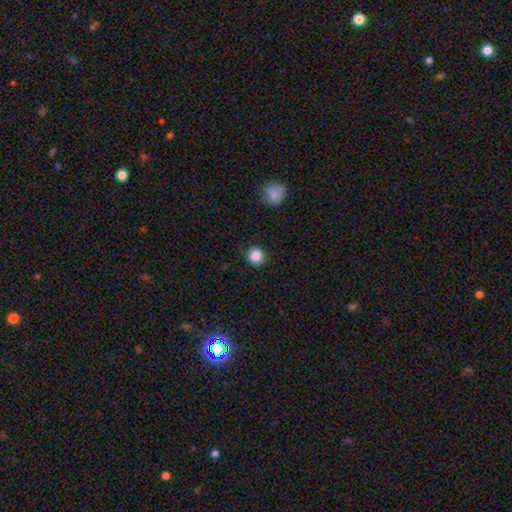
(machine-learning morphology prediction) Q: Smooth or featured?
A: smooth (87%); runner-up: star or artifact (9%)
Q: How rounded?
A: round (90%); runner-up: in between (9%)
Q: Merging?
A: none (87%); runner-up: minor disturbance (9%)